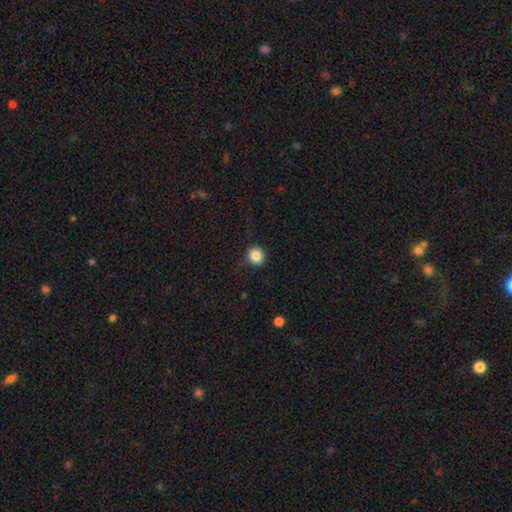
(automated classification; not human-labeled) Smooth or featured?
  - smooth: 86% *
  - star or artifact: 10%
  - featured or disk: 4%
How rounded?
  - round: 85% *
  - in between: 14%
  - cigar-shaped: 1%
Merging?
  - none: 86% *
  - minor disturbance: 10%
  - major disturbance: 3%
  - merger: 1%